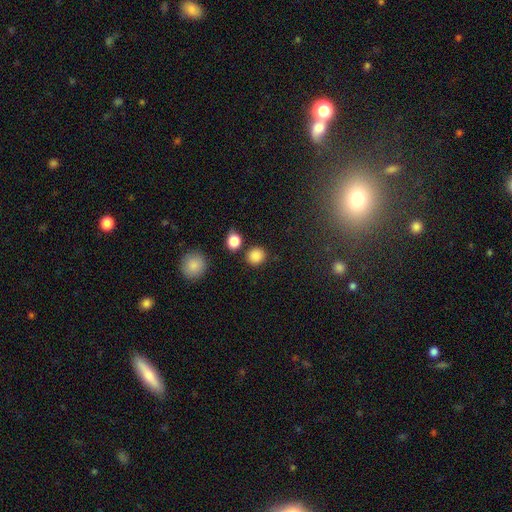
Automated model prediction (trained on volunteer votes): smooth-or-featured: smooth: 86% | star or artifact: 10% | featured or disk: 4%
  how-rounded: round: 85% | in between: 14% | cigar-shaped: 1%
  merging: none: 82% | minor disturbance: 9% | merger: 6% | major disturbance: 3%